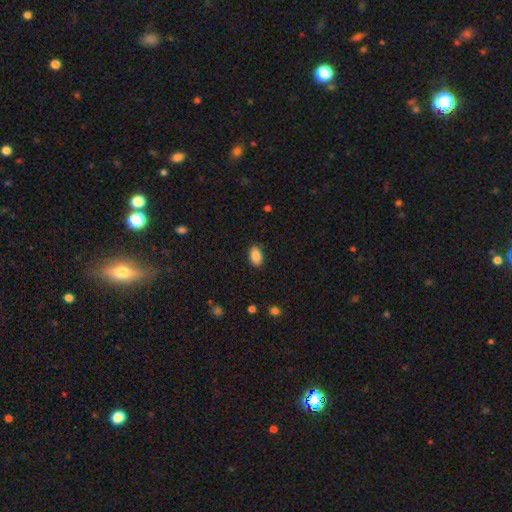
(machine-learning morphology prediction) This appears to be a smooth galaxy with no disk features (86%) that is in between round and cigar-shaped (90%). Merging: none (87%).